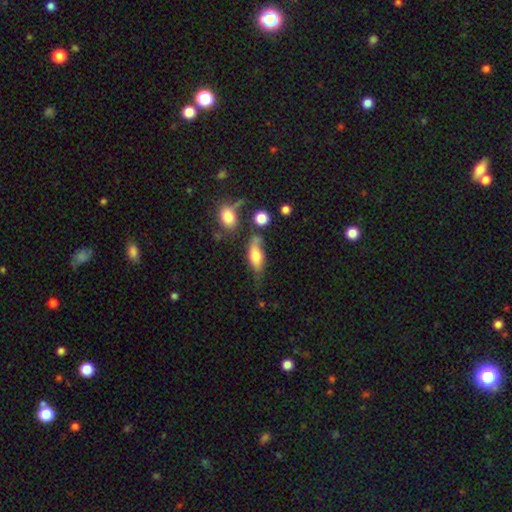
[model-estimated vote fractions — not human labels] This is likely a smooth galaxy (62%). How rounded: likely in between (72%). Merging: possibly none (47%).